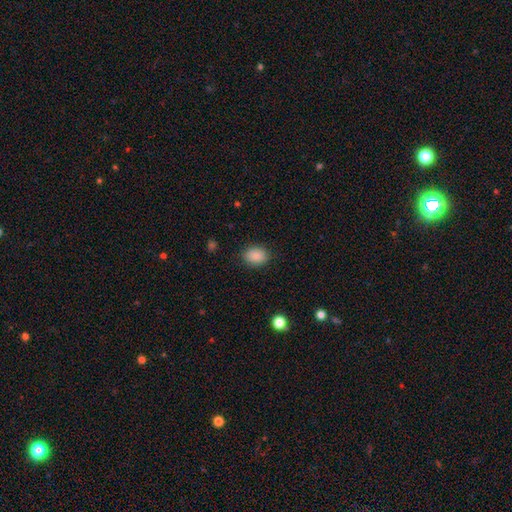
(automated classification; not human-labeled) A smooth galaxy with no disk features (88%) that is in between round and cigar-shaped (65%). Merging: none (86%).